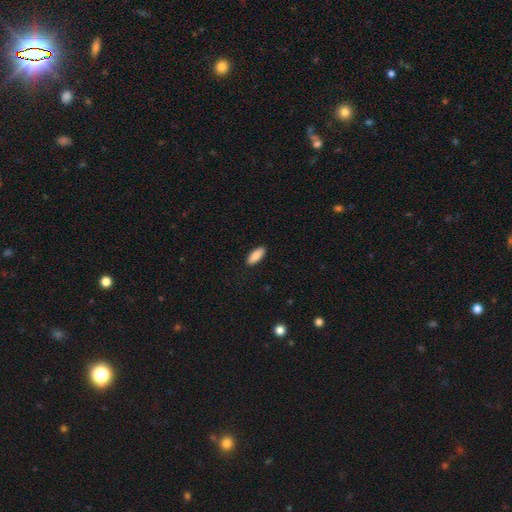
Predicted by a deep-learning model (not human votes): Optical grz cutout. It shows a smooth galaxy with no disk features (89%) that is in between round and cigar-shaped (79%). Merging: none (90%).